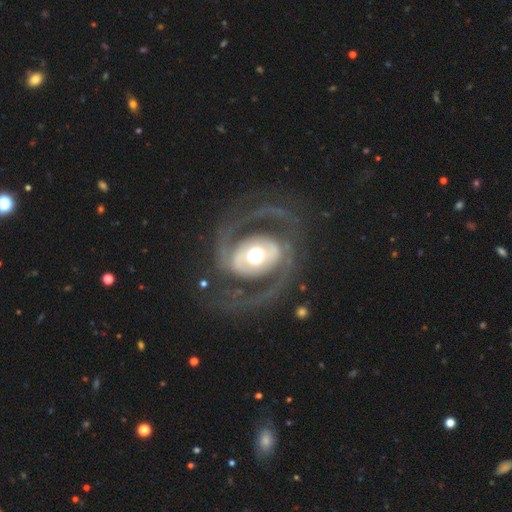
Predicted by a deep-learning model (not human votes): featured or disk 85%, smooth 10%, star or artifact 5%. Down the decision tree: edge-on disk — no (96%); bar — no (57%); spiral arms — yes (82%); spiral arm count — 2 (87%); spiral winding — medium (49%); bulge size — moderate (49%); merging — none (72%).